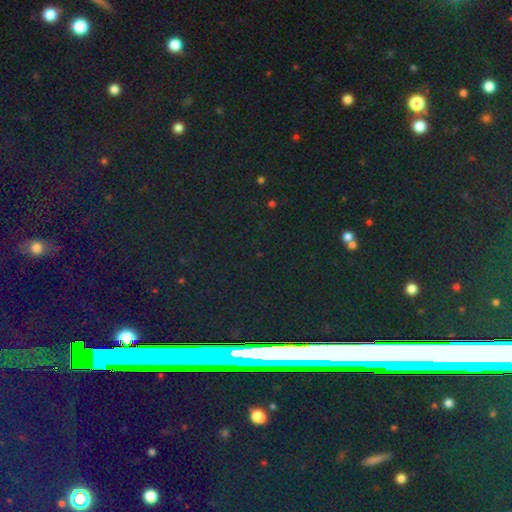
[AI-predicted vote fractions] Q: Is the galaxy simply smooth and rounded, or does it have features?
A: star or artifact — 82%.